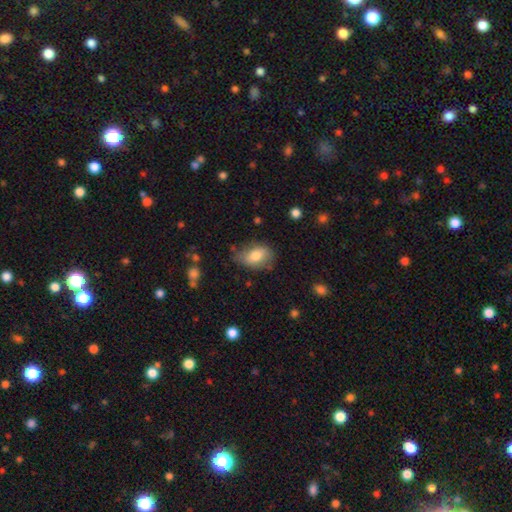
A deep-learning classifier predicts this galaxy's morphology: Smooth or featured: smooth — 75% (featured or disk — 18%)
How rounded: in between — 85% (round — 13%)
Merging: none — 63% (minor disturbance — 27%)